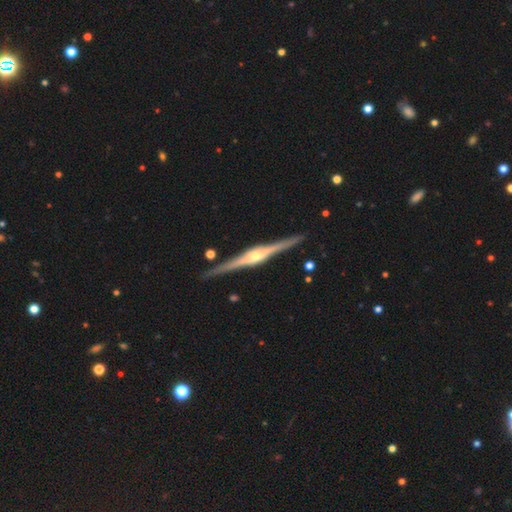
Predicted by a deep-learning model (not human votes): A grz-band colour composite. It shows a featured or disk galaxy (89%) viewed edge-on (98%) with a rounded central bulge (74%). Merging: none (90%).